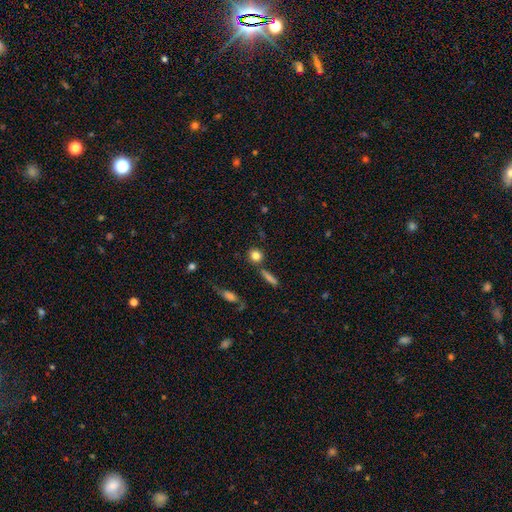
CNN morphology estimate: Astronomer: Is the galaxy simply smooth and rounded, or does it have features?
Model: smooth — 82%.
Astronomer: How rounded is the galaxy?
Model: round — 84%.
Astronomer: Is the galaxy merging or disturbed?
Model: none — 76%.